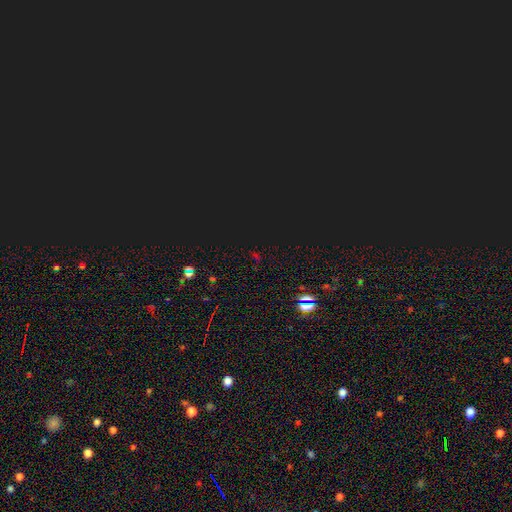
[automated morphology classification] smooth_or_featured: star or artifact (p=0.79) [alt: smooth p=0.14]